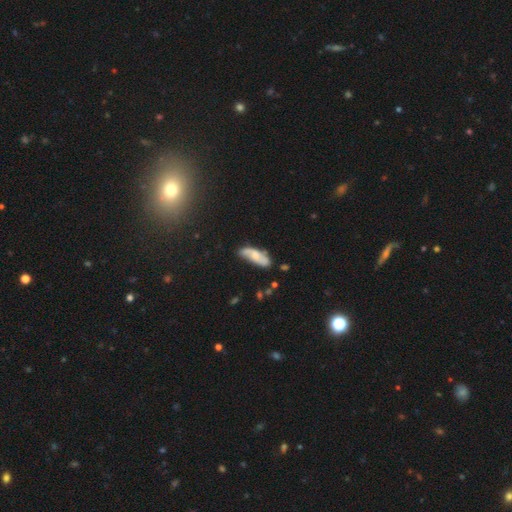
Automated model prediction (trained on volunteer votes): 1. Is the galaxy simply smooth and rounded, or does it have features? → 48% smooth, 45% featured or disk, 7% star or artifact.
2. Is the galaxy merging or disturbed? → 62% none, 25% minor disturbance, 8% major disturbance, 5% merger.